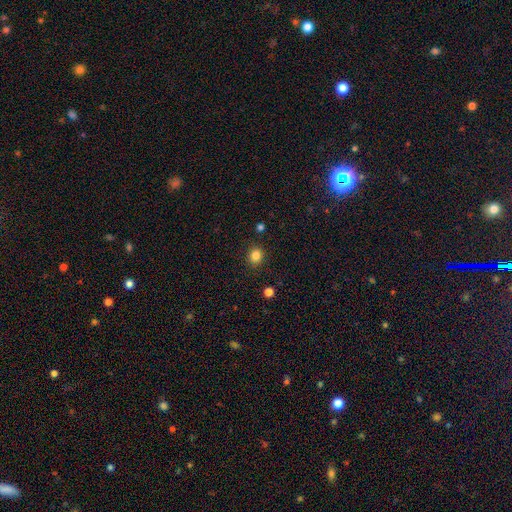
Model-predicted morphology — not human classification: smooth_or_featured: smooth (p=0.83) [alt: star or artifact p=0.12]
how_rounded: round (p=0.78) [alt: in between p=0.21]
merging: none (p=0.90) [alt: minor disturbance p=0.07]